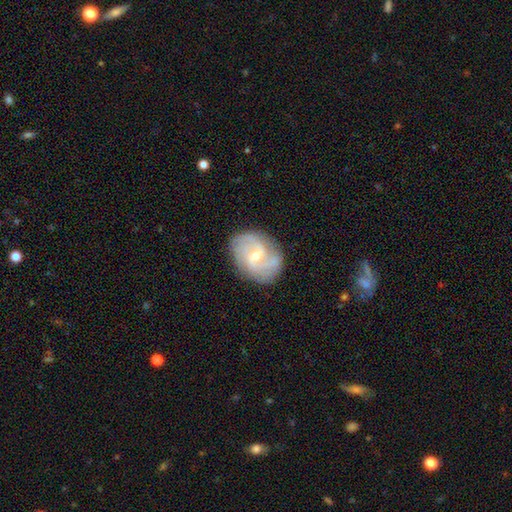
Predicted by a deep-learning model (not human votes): Q: Smooth or featured?
A: featured or disk (83%); runner-up: smooth (11%)
Q: Edge-on disk?
A: no (97%); runner-up: yes (3%)
Q: Bar?
A: weak (52%); runner-up: no (37%)
Q: Spiral arms?
A: yes (95%); runner-up: no (5%)
Q: Spiral winding?
A: medium (42%); runner-up: tight (41%)
Q: Spiral arm count?
A: 2 (40%); runner-up: 3 (22%)
Q: Bulge size?
A: small (51%); runner-up: moderate (46%)
Q: Merging?
A: none (79%); runner-up: minor disturbance (15%)